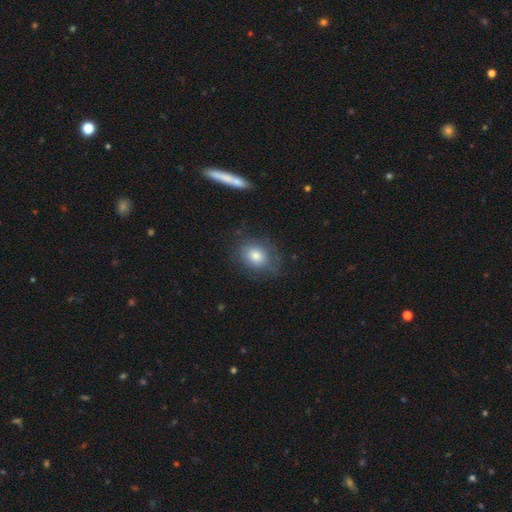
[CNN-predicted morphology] This is likely a smooth galaxy (75%). How rounded: possibly round (52%). Merging: likely none (72%).